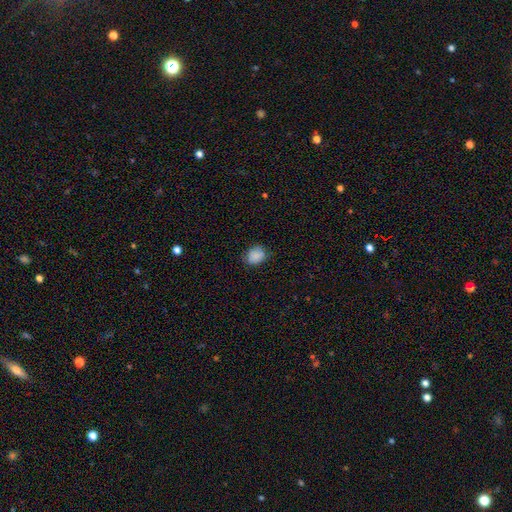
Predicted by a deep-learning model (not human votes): A smooth galaxy with no disk features (87%) that is in between round and cigar-shaped (51%). Merging: none (75%).